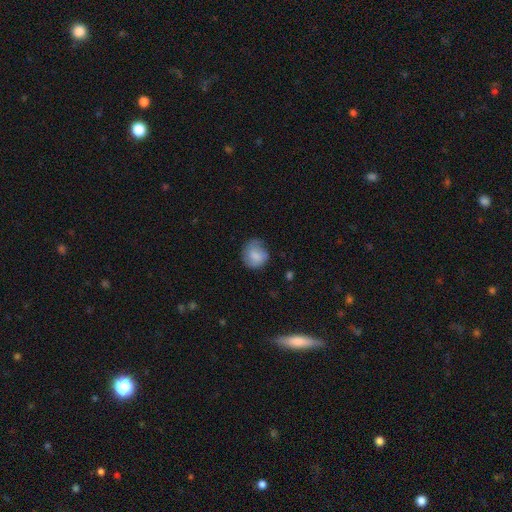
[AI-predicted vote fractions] Overall: smooth (76%). How rounded: round (79%). Merging: none (61%; minor disturbance 28%).